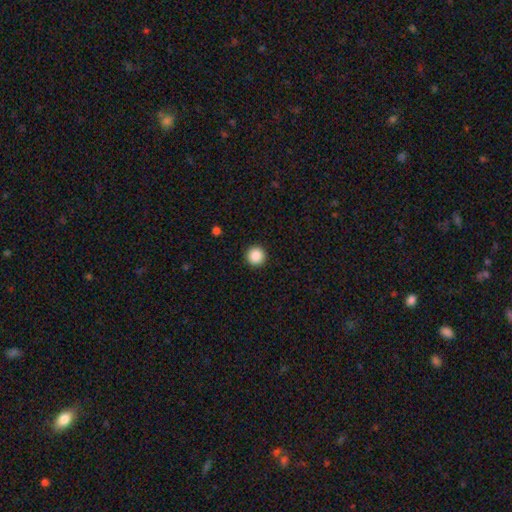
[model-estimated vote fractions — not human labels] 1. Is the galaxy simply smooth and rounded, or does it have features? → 87% smooth, 10% star or artifact, 3% featured or disk.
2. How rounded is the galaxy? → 96% round, 3% in between, 1% cigar-shaped.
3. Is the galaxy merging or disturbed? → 93% none, 4% minor disturbance, 2% major disturbance, 1% merger.